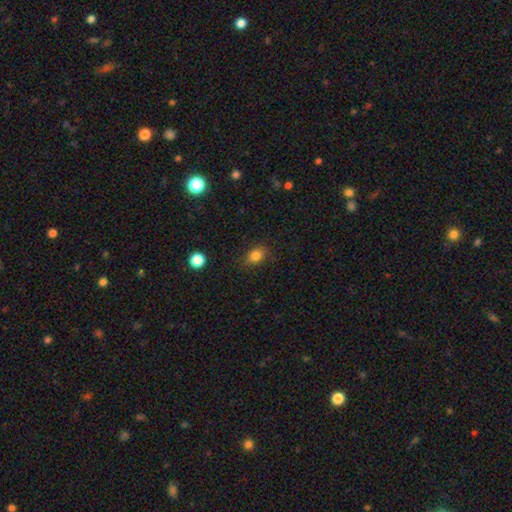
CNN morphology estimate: Smooth or featured?
  - smooth: 82% *
  - star or artifact: 12%
  - featured or disk: 6%
How rounded?
  - in between: 65% *
  - round: 34%
  - cigar-shaped: 1%
Merging?
  - none: 80% *
  - minor disturbance: 15%
  - major disturbance: 4%
  - merger: 1%